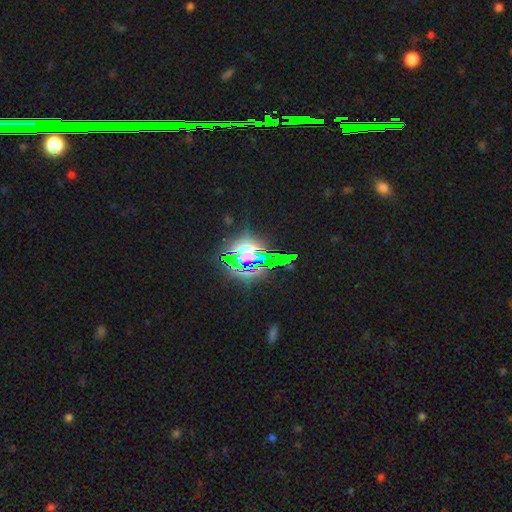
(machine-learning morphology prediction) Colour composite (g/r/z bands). It shows a star or artifact, not a galaxy (77%).